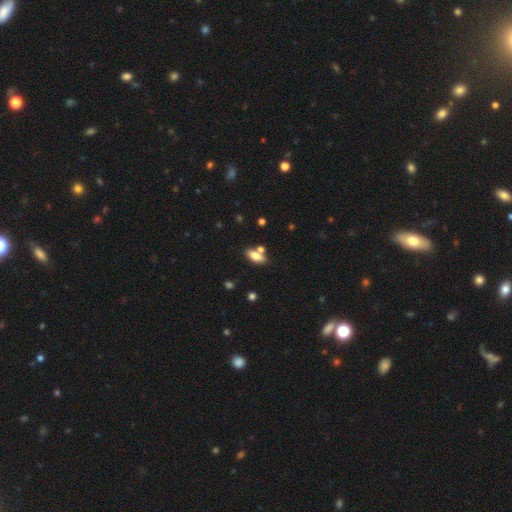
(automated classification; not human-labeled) smooth-or-featured: smooth: 73% | featured or disk: 19% | star or artifact: 8%
  how-rounded: in between: 82% | cigar-shaped: 14% | round: 4%
  merging: none: 63% | merger: 21% | minor disturbance: 12% | major disturbance: 4%